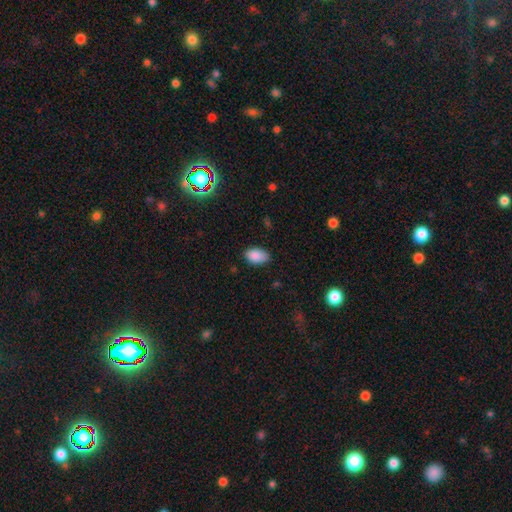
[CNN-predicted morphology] Smooth or featured? Predicted: smooth (p=0.88). How rounded? Predicted: in between (p=0.92). Merging? Predicted: none (p=0.79).